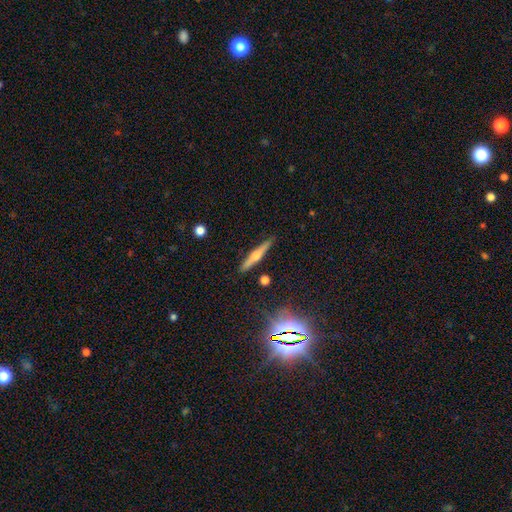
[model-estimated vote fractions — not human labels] smooth-or-featured: featured or disk: 54% | smooth: 37% | star or artifact: 9%
  disk-edge-on: yes: 96% | no: 4%
    edge-on-bulge: rounded: 85% | none: 9% | boxy: 6%
  merging: none: 89% | minor disturbance: 8% | merger: 2% | major disturbance: 2%